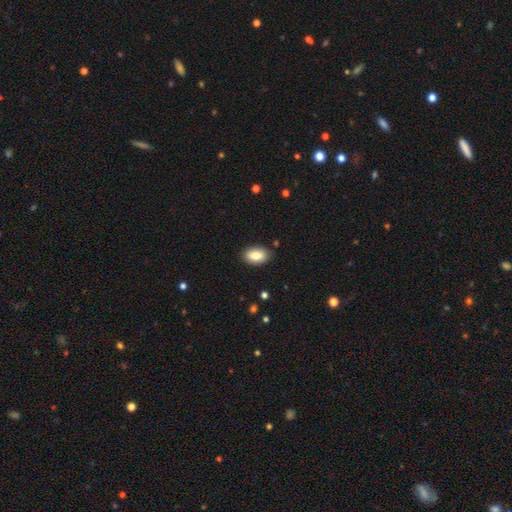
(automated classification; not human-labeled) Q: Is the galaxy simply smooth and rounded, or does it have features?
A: smooth — 83%.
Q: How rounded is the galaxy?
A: in between — 90%.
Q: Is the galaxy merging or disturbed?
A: none — 88%.